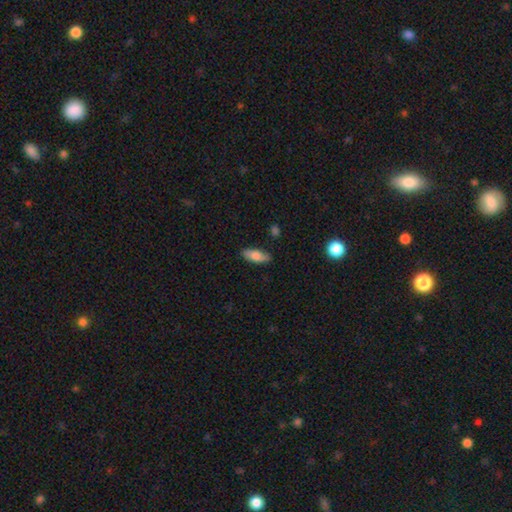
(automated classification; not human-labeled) Smooth or featured? Predicted: smooth (p=0.80). How rounded? Predicted: in between (p=0.76). Merging? Predicted: none (p=0.82).